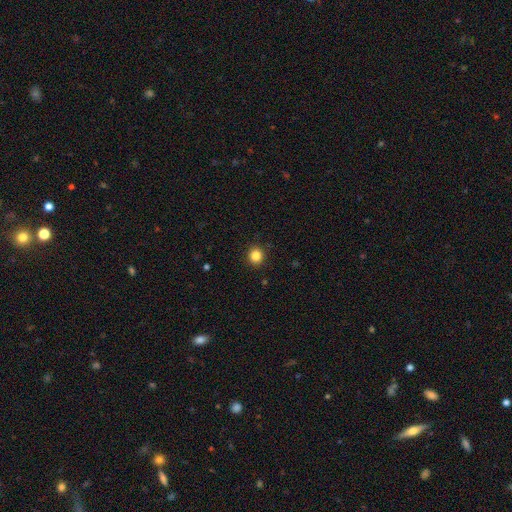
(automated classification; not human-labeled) Smooth or featured? Predicted: smooth (p=0.85). How rounded? Predicted: round (p=0.87). Merging? Predicted: none (p=0.91).